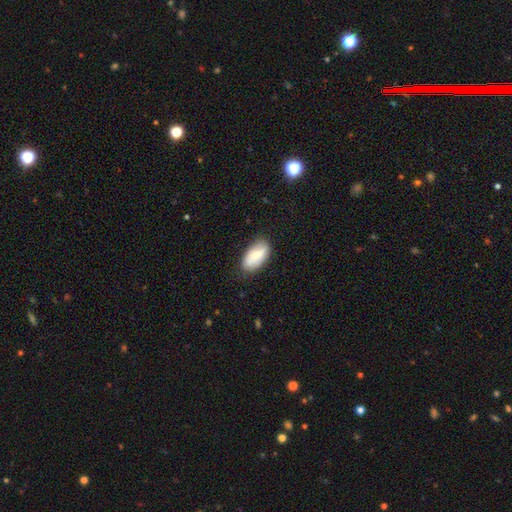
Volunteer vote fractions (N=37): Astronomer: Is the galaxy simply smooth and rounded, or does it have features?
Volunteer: smooth — 68%.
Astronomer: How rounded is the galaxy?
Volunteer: in between — 100%.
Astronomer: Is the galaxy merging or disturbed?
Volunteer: none — 76%.